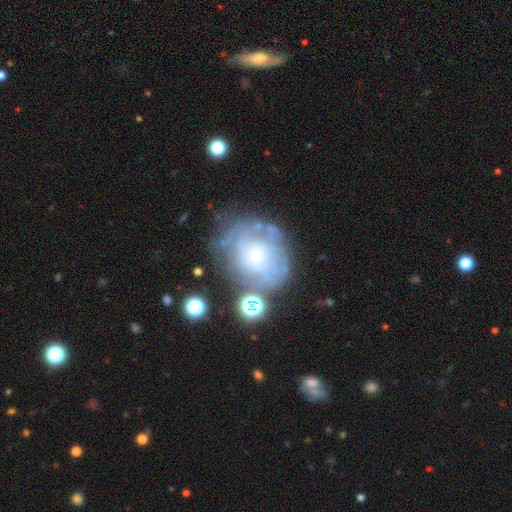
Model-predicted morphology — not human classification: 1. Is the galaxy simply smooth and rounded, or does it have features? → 58% featured or disk, 31% smooth, 11% star or artifact.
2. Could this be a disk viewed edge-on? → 97% no, 3% yes.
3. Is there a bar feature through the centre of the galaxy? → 79% no, 17% weak, 4% strong.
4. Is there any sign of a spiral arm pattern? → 52% yes, 48% no.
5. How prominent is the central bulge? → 60% small, 25% moderate, 8% none, 5% large, 2% dominant.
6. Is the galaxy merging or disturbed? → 54% none, 22% minor disturbance, 15% major disturbance, 9% merger.